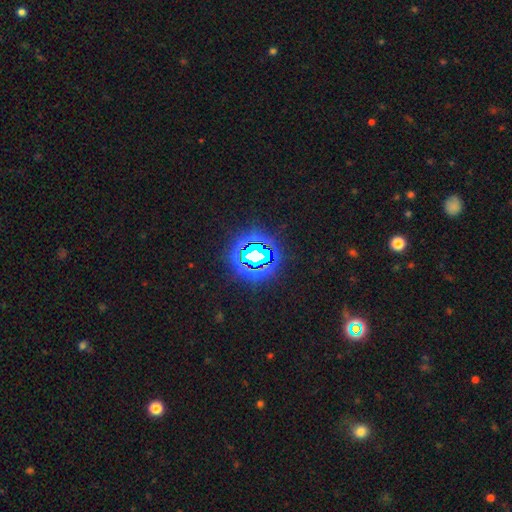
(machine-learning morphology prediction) Smooth or featured?
  - star or artifact: 77% *
  - smooth: 13%
  - featured or disk: 10%